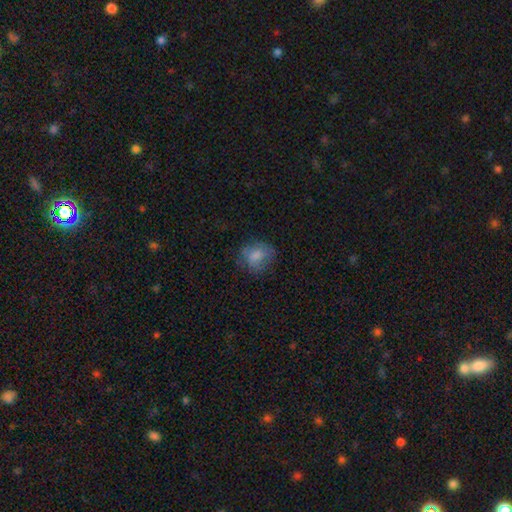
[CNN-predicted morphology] This is likely a smooth galaxy (72%). How rounded: possibly round (54%). Merging: possibly none (59%).